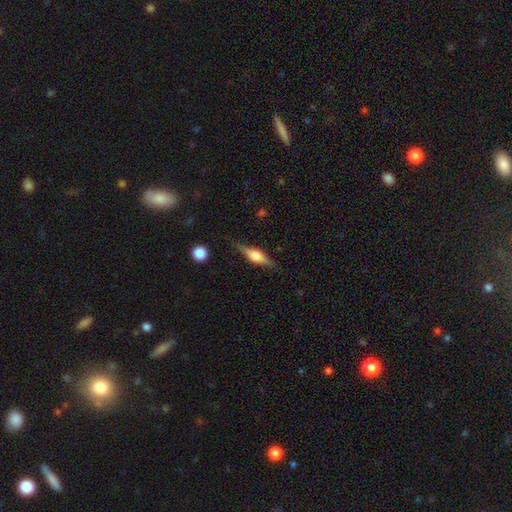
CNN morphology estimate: Q: Smooth or featured?
A: featured or disk (58%); runner-up: smooth (35%)
Q: Edge-on disk?
A: yes (95%); runner-up: no (5%)
Q: Edge-on bulge?
A: rounded (87%); runner-up: boxy (11%)
Q: Merging?
A: none (81%); runner-up: minor disturbance (13%)